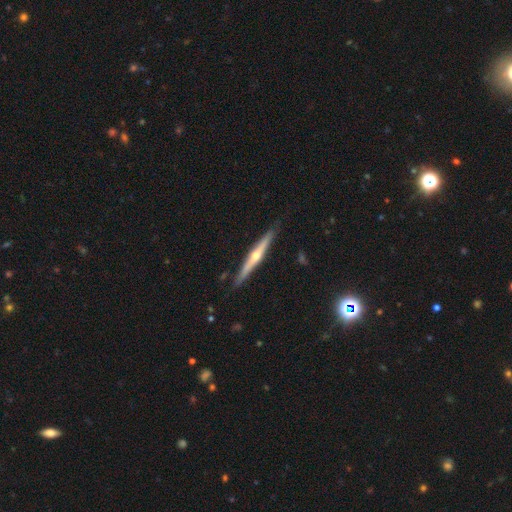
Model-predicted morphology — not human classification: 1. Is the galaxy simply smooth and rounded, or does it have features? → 74% featured or disk, 20% smooth, 5% star or artifact.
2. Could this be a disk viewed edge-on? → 98% yes, 2% no.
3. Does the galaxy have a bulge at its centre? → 90% rounded, 8% none, 2% boxy.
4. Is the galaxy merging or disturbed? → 89% none, 9% minor disturbance, 1% major disturbance, 1% merger.